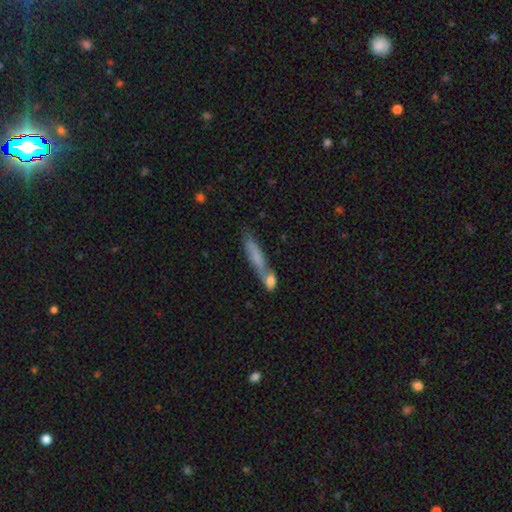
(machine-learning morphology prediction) smooth 65%, featured or disk 27%, star or artifact 9%. Down the decision tree: how rounded — cigar-shaped (80%); merging — merger (49%).